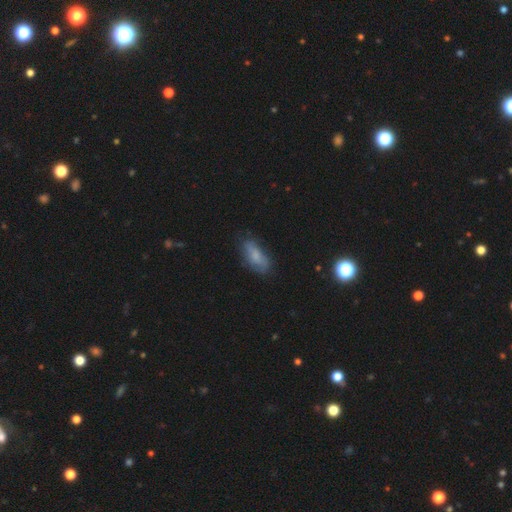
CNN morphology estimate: Smooth or featured? smooth (66%)
How rounded? in between (81%)
Merging? none (62%)